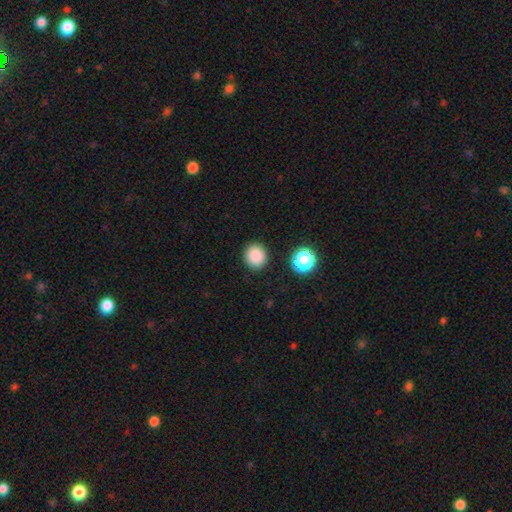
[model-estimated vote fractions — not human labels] Smooth or featured?
  - smooth: 85% *
  - star or artifact: 11%
  - featured or disk: 4%
How rounded?
  - round: 87% *
  - in between: 13%
  - cigar-shaped: 1%
Merging?
  - none: 89% *
  - minor disturbance: 6%
  - major disturbance: 2%
  - merger: 2%